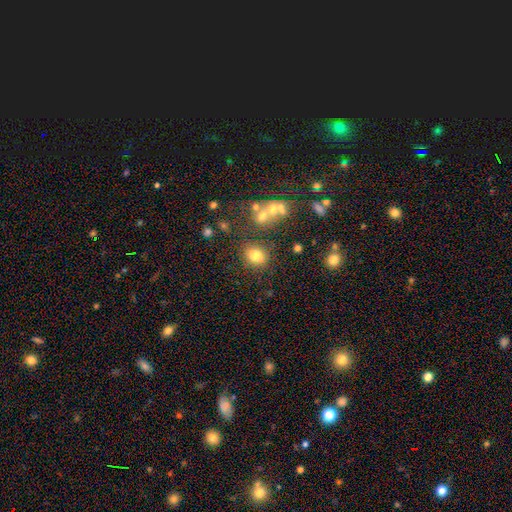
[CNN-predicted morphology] Overall: smooth (76%). How rounded: round (57%; in between 42%). Merging: none (77%).